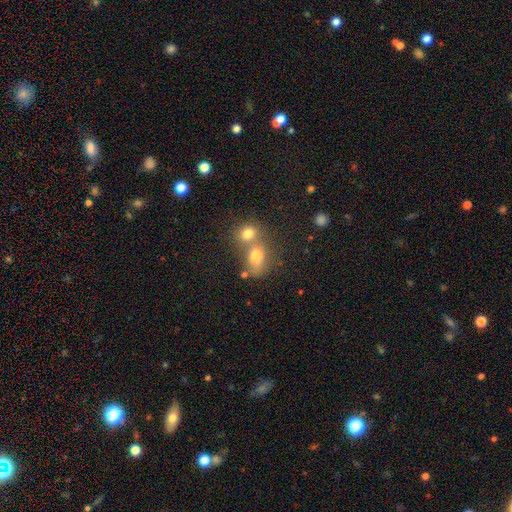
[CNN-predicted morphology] This appears to be a smooth galaxy with no disk features (70%) that is in between round and cigar-shaped (54%). Merging: merger (59%).